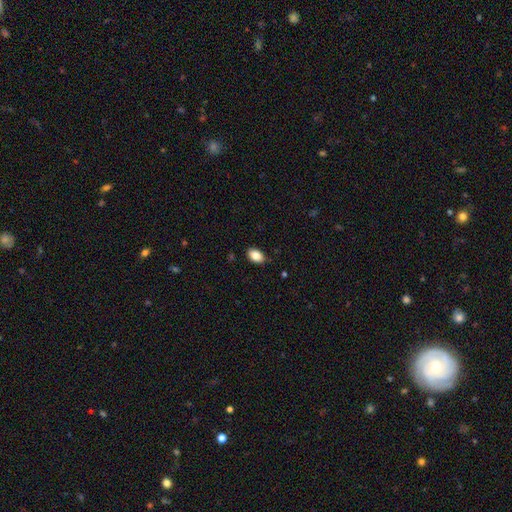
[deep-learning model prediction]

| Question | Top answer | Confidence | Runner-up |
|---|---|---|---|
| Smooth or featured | smooth | 86% | star or artifact (8%) |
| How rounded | in between | 88% | round (11%) |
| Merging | none | 88% | minor disturbance (10%) |